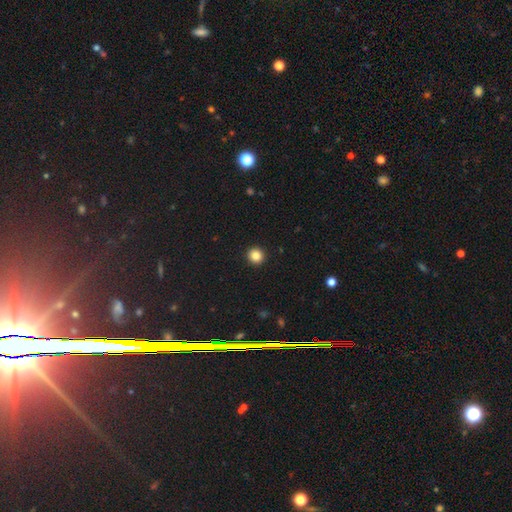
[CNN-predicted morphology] The model was most divided on "smooth or featured": smooth: 85%, star or artifact: 11%, featured or disk: 4%. More confident: merging — none (94%); how rounded — round (93%).